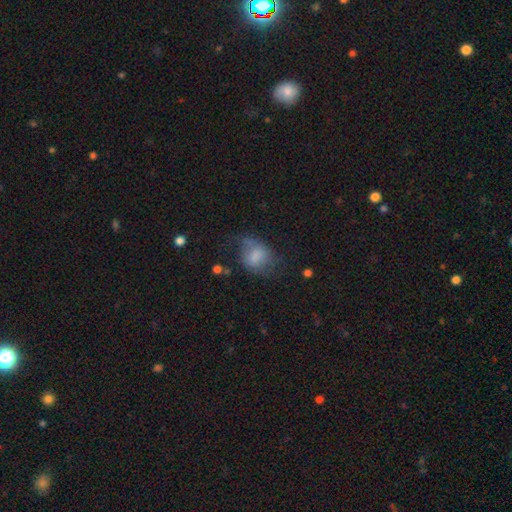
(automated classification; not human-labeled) The model was most divided on "merging": none: 37%, minor disturbance: 30%, major disturbance: 30%, merger: 4%. More confident: smooth or featured — smooth (66%); how rounded — in between (61%).